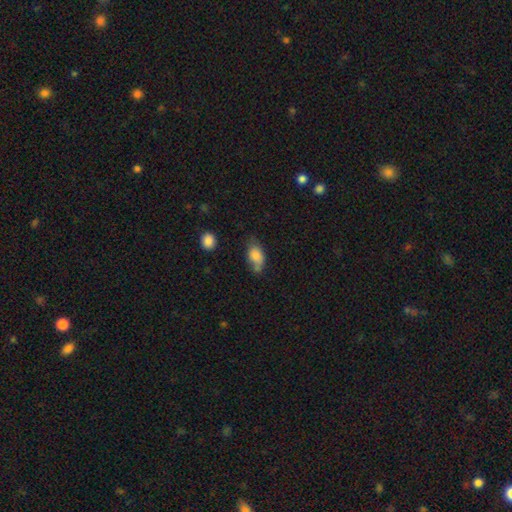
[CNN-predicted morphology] Smooth or featured: smooth — 77% (featured or disk — 15%)
How rounded: in between — 88% (round — 9%)
Merging: none — 48% (minor disturbance — 34%)